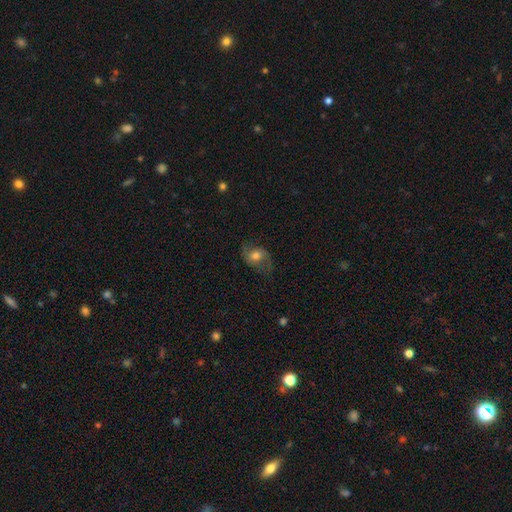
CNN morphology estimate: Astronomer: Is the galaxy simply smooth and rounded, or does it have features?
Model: smooth — 50% (runner-up: featured or disk, 41%).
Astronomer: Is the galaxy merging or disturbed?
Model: none — 58%.